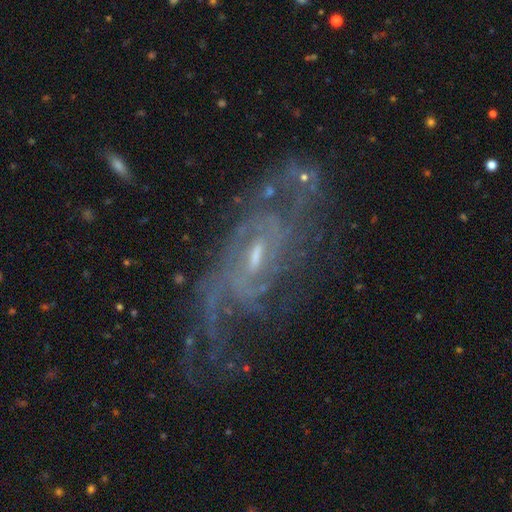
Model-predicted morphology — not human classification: Smooth or featured: featured or disk — 81% (star or artifact — 11%)
Edge-on disk: no — 91% (yes — 9%)
Bar: no — 65% (weak — 28%)
Spiral arms: yes — 93% (no — 7%)
Spiral winding: tight — 51% (medium — 36%)
Spiral arm count: can't tell — 39% (2 — 27%)
Bulge size: small — 76% (moderate — 19%)
Merging: none — 69% (minor disturbance — 18%)